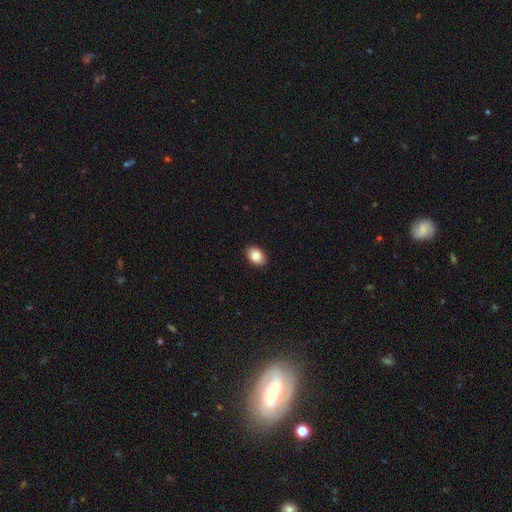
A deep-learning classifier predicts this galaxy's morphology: This is clearly a smooth galaxy (86%). How rounded: clearly in between (83%). Merging: clearly none (91%).